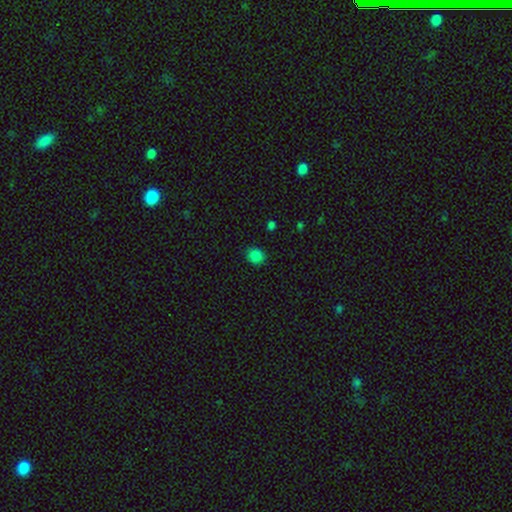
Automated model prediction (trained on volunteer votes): A smooth galaxy with no disk features (84%) that is round (77%). Merging: none (88%).